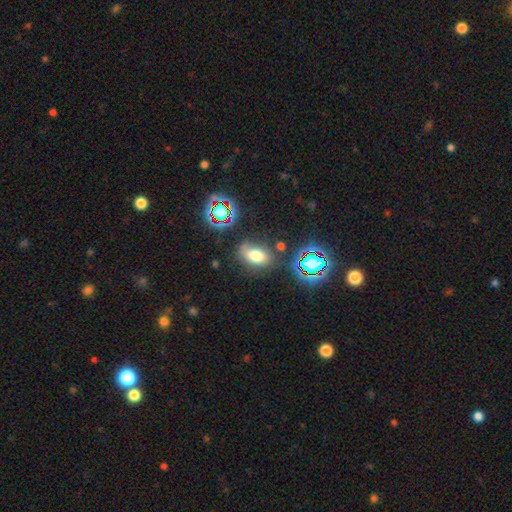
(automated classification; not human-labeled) A smooth galaxy with no disk features (64%) that is in between round and cigar-shaped (82%).

Vote fractions:
- Smooth or featured? smooth: 64% / star or artifact: 21% / featured or disk: 15%
- How rounded? in between: 82% / round: 15% / cigar-shaped: 3%
- Merging? none: 67% / minor disturbance: 18% / major disturbance: 8% / merger: 7%